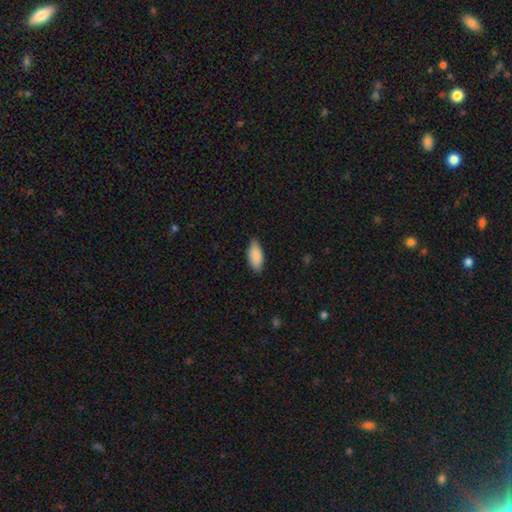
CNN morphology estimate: Smooth or featured? smooth (89%)
How rounded? in between (89%)
Merging? none (81%)